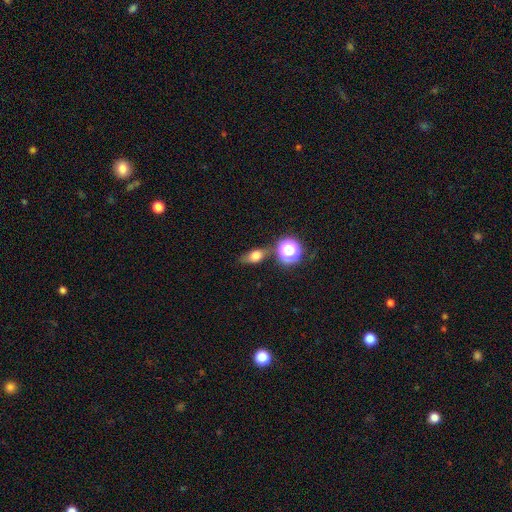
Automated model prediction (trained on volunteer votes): Smooth or featured?
  - smooth: 63% *
  - featured or disk: 20%
  - star or artifact: 17%
How rounded?
  - in between: 63% *
  - round: 28%
  - cigar-shaped: 9%
Merging?
  - none: 64% *
  - minor disturbance: 21%
  - merger: 9%
  - major disturbance: 7%